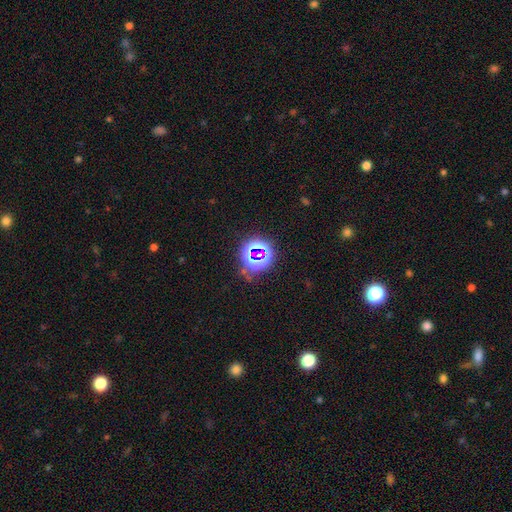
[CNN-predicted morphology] Smooth or featured? Predicted: star or artifact (p=0.68).